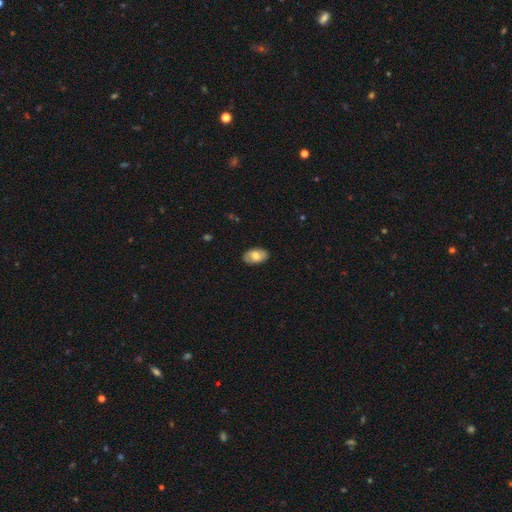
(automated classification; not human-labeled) Morphology: type=smooth (69%); roundness=in between (94%); merging=none (86%).